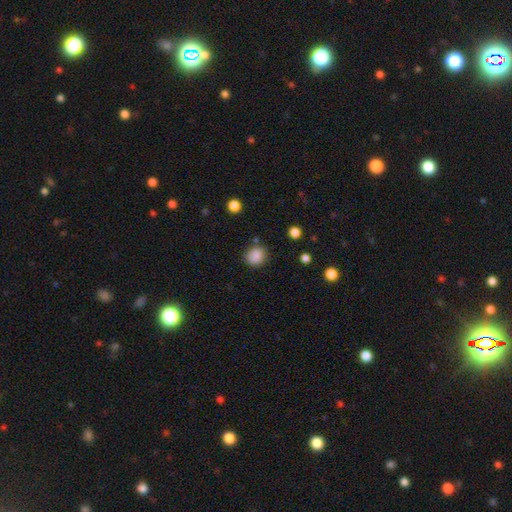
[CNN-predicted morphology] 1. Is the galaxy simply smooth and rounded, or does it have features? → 86% smooth, 10% star or artifact, 4% featured or disk.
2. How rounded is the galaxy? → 81% round, 19% in between, 1% cigar-shaped.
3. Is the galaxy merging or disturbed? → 81% none, 12% minor disturbance, 3% major disturbance, 3% merger.